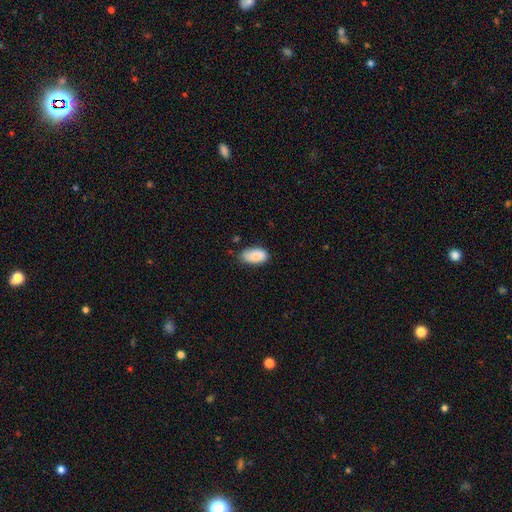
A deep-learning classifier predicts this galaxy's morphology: Overall: smooth (87%). How rounded: in between (95%). Merging: none (75%).